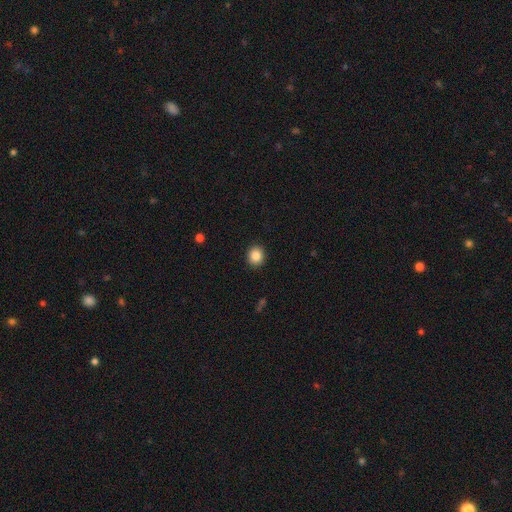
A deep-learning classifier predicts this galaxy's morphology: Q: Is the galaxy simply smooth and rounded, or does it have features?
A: smooth — 86%.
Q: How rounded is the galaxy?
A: round — 83%.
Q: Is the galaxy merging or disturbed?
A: none — 92%.